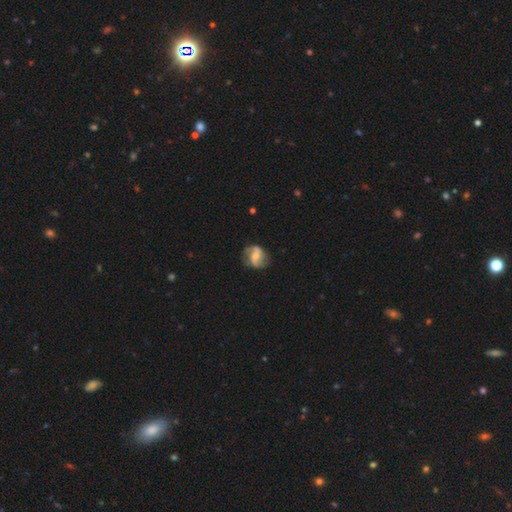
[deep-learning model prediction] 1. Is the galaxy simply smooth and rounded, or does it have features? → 70% featured or disk, 23% smooth, 6% star or artifact.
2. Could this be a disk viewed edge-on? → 97% no, 3% yes.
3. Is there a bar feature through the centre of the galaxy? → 45% weak, 29% no, 26% strong.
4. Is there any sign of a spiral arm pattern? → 89% yes, 11% no.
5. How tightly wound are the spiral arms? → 41% medium (tied), 41% loose (tied), 18% tight.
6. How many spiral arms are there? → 86% 2, 7% can't tell, 3% 1, 2% 3, 1% 4, 1% more than 4.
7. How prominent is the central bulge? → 48% moderate, 40% small, 6% none, 5% large, 1% dominant.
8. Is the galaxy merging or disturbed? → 73% none, 18% minor disturbance, 7% major disturbance, 2% merger.